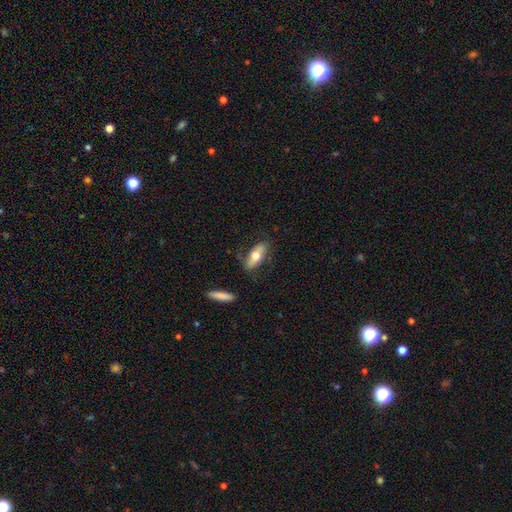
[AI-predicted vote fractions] Smooth or featured: smooth — 62% (featured or disk — 32%)
How rounded: in between — 66% (cigar-shaped — 31%)
Merging: none — 72% (minor disturbance — 19%)